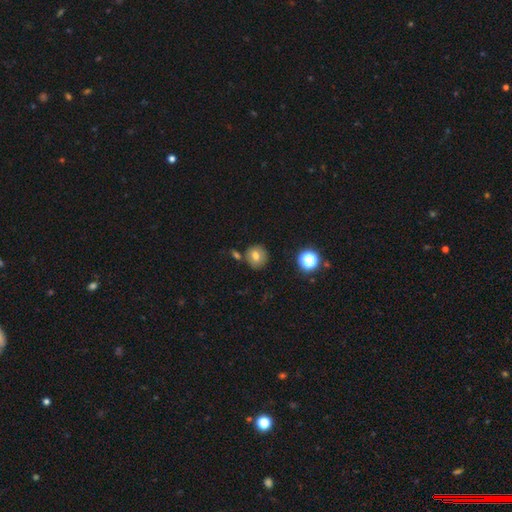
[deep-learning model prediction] Smooth or featured?
  - smooth: 72% *
  - featured or disk: 15%
  - star or artifact: 13%
How rounded?
  - round: 87% *
  - in between: 12%
  - cigar-shaped: 1%
Merging?
  - none: 75% *
  - merger: 11%
  - minor disturbance: 11%
  - major disturbance: 3%